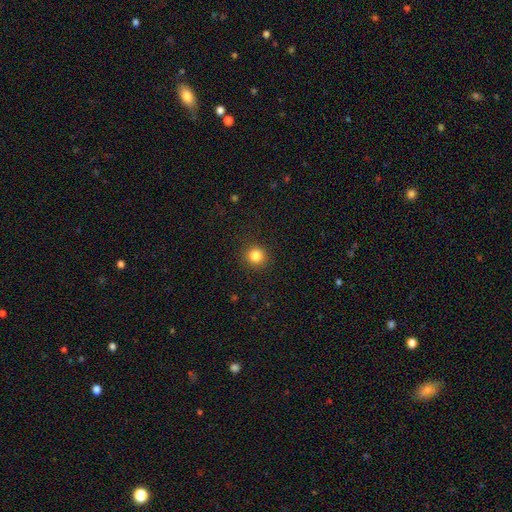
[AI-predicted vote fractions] Morphology: type=smooth (84%); roundness=round (93%); merging=none (92%).